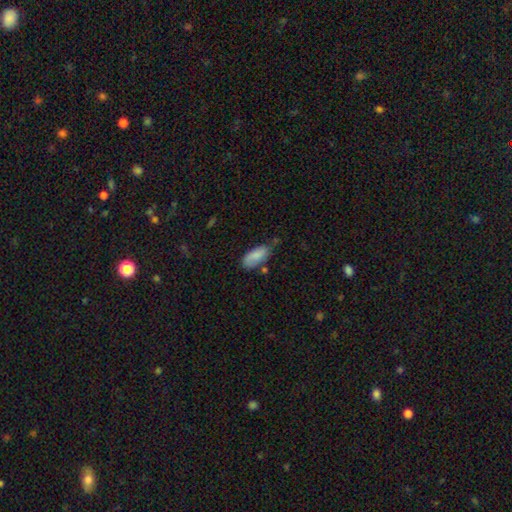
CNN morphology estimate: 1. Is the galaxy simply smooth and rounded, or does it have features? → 83% smooth, 11% featured or disk, 7% star or artifact.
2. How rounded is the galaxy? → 88% in between, 10% cigar-shaped, 2% round.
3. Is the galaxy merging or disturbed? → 57% none, 30% minor disturbance, 7% major disturbance, 6% merger.